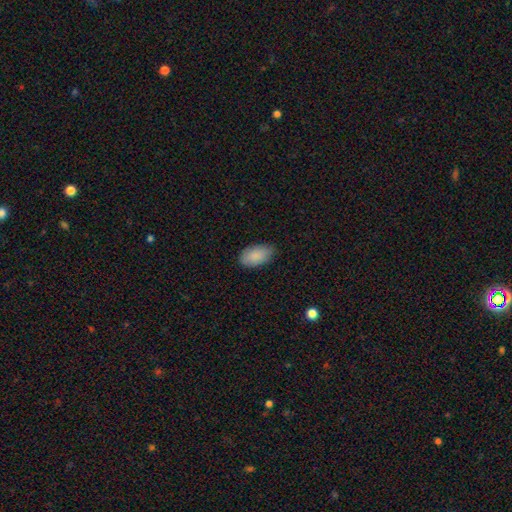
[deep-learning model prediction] smooth-or-featured: smooth: 89% | star or artifact: 6% | featured or disk: 5%
  how-rounded: in between: 95% | round: 3% | cigar-shaped: 2%
  merging: none: 82% | minor disturbance: 15% | major disturbance: 3% | merger: 1%